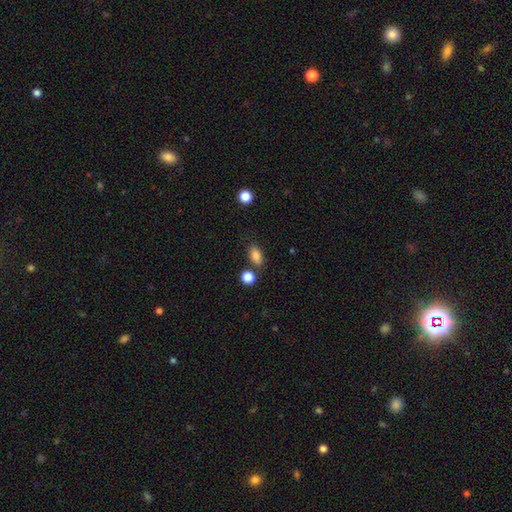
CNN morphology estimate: A smooth galaxy with no disk features (84%) that is in between round and cigar-shaped (83%). Merging: none (72%).